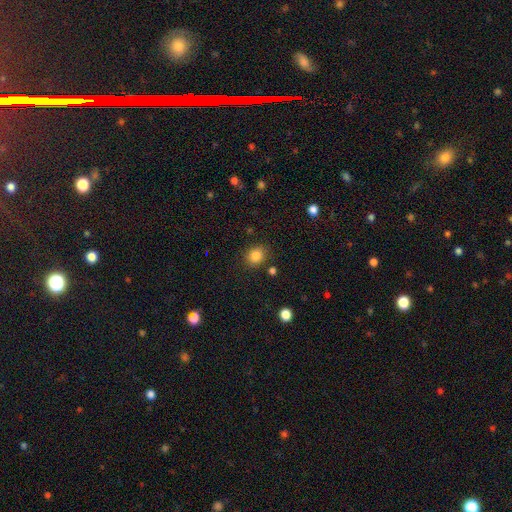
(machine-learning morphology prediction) This is clearly a smooth galaxy (85%). How rounded: likely round (73%). Merging: clearly none (83%).